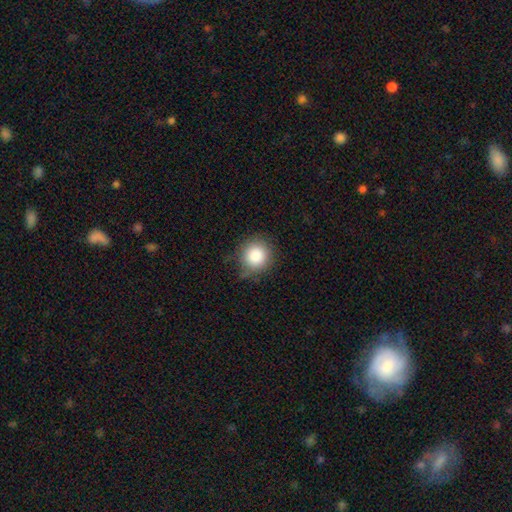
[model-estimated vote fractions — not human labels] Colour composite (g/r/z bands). It shows a smooth galaxy with no disk features (86%) that is round (92%). Merging: none (80%).